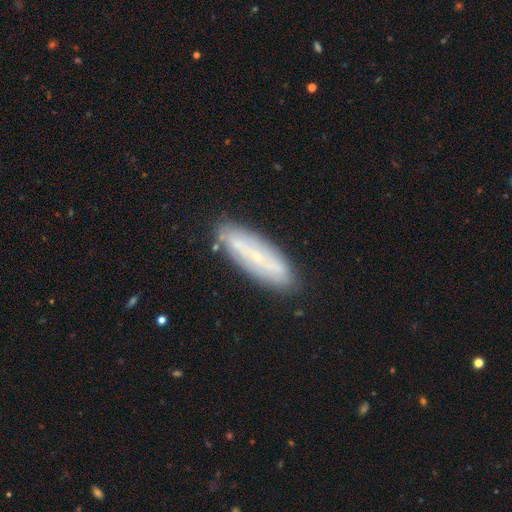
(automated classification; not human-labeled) This appears to be a featured or disk galaxy (48%). Merging: none (83%).